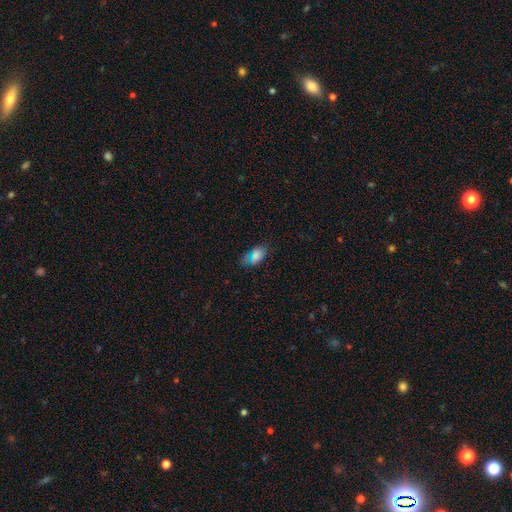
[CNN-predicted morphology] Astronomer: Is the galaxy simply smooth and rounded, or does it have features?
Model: smooth — 70%.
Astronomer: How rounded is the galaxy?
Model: in between — 89%.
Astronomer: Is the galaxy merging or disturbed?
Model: none — 72%.